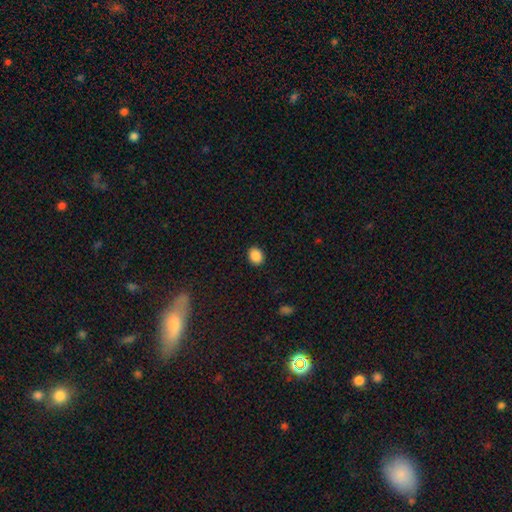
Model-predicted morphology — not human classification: smooth 88%, star or artifact 9%, featured or disk 3%. Down the decision tree: how rounded — in between (50%); merging — none (90%).